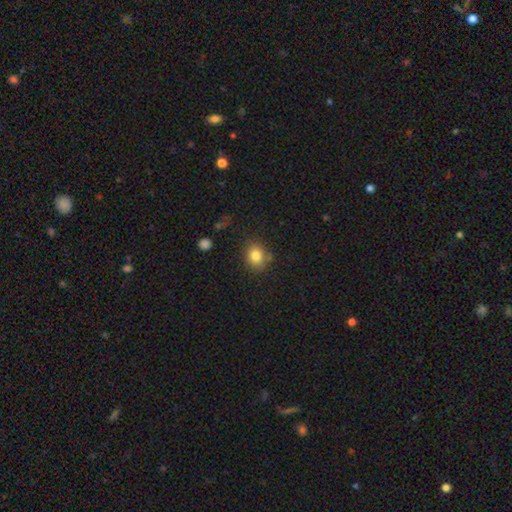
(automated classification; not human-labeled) This is clearly a smooth galaxy (81%). How rounded: likely round (63%). Merging: likely none (77%).